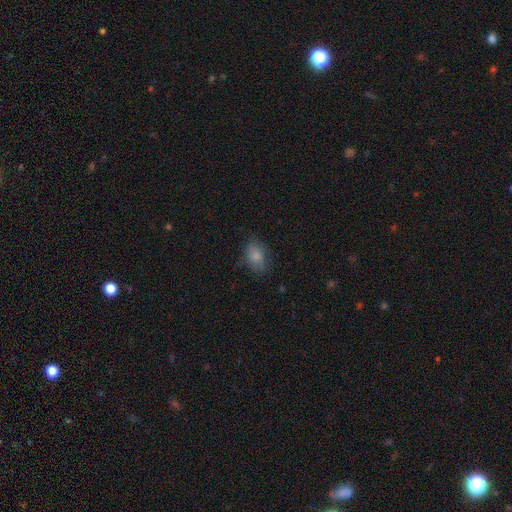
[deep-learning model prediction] smooth_or_featured: smooth (p=0.82) [alt: featured or disk p=0.10]
how_rounded: in between (p=0.84) [alt: round p=0.14]
merging: none (p=0.73) [alt: minor disturbance p=0.19]